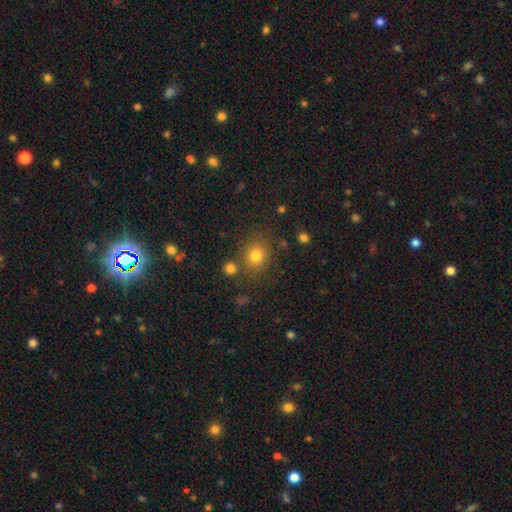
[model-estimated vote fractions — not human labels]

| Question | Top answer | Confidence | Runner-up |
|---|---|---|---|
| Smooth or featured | smooth | 77% | star or artifact (16%) |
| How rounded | round | 78% | in between (21%) |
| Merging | none | 78% | minor disturbance (10%) |